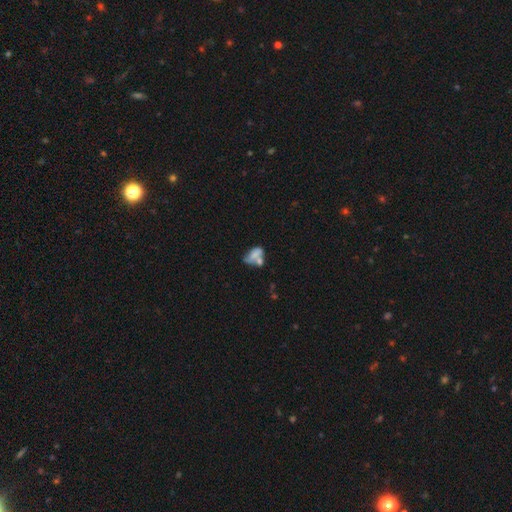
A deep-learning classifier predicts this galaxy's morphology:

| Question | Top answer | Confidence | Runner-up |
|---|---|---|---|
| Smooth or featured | smooth | 58% | featured or disk (31%) |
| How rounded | in between | 84% | round (11%) |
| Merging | merger | 47% | none (23%) |